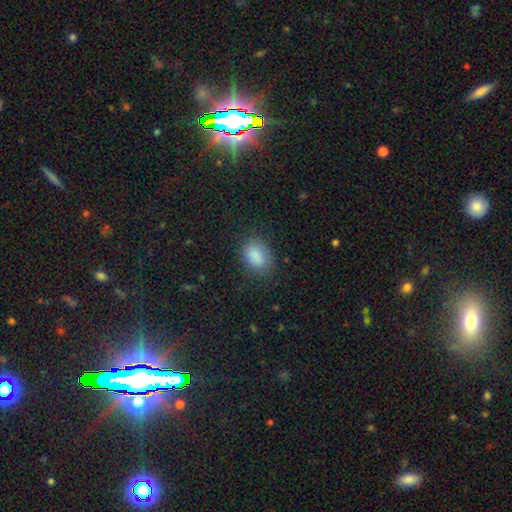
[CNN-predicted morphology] Q: Smooth or featured?
A: smooth (87%); runner-up: star or artifact (8%)
Q: How rounded?
A: in between (77%); runner-up: round (22%)
Q: Merging?
A: none (78%); runner-up: minor disturbance (15%)